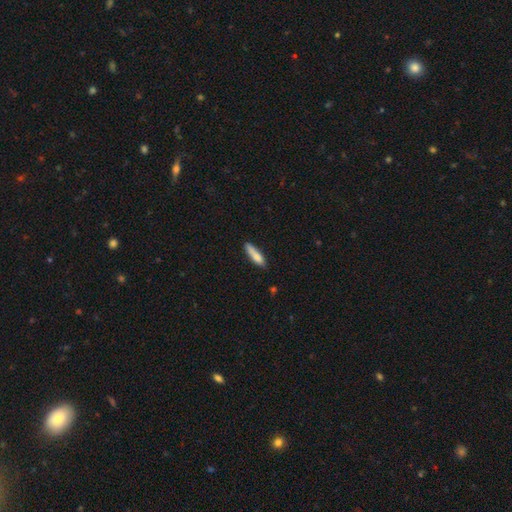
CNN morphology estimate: smooth_or_featured: smooth (p=0.81) [alt: featured or disk p=0.13]
how_rounded: cigar-shaped (p=0.77) [alt: in between p=0.21]
merging: none (p=0.73) [alt: minor disturbance p=0.21]